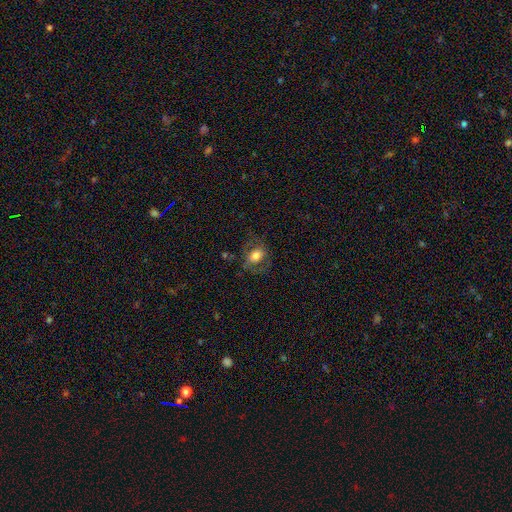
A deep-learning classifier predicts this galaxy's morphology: smooth-or-featured: smooth: 60% | featured or disk: 30% | star or artifact: 9%
  how-rounded: in between: 61% | round: 38% | cigar-shaped: 2%
  merging: none: 62% | minor disturbance: 19% | major disturbance: 17% | merger: 2%